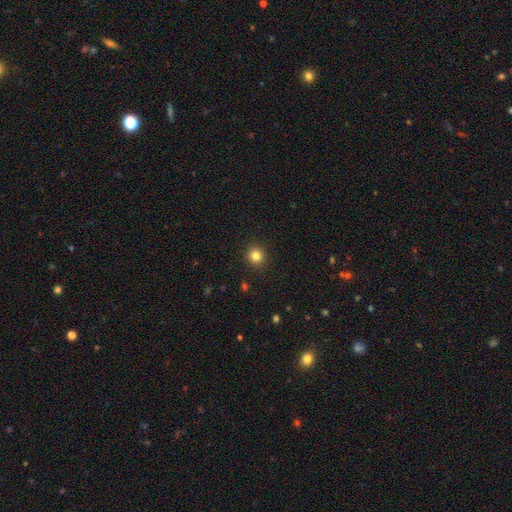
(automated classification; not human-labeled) Smooth or featured: smooth — 83% (star or artifact — 12%)
How rounded: round — 92% (in between — 7%)
Merging: none — 92% (minor disturbance — 5%)